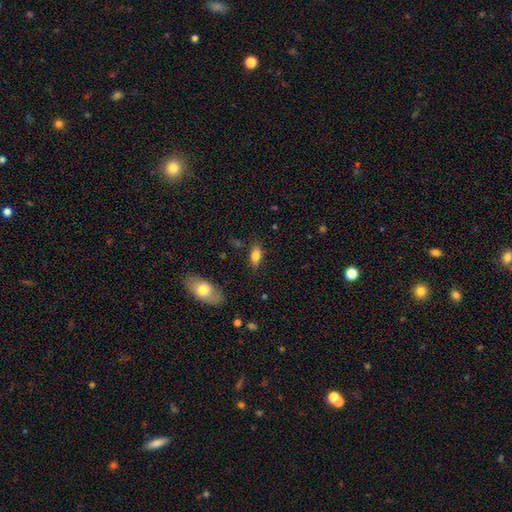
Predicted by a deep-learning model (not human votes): Morphology: type=smooth (81%); roundness=in between (88%); merging=none (83%).